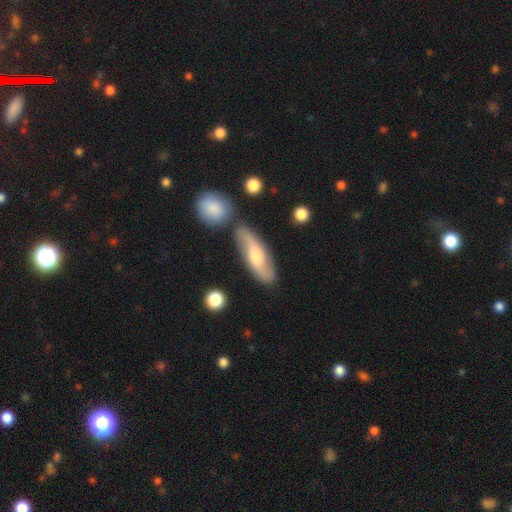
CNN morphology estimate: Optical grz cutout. It shows a featured or disk galaxy (52%). Merging: none (72%).